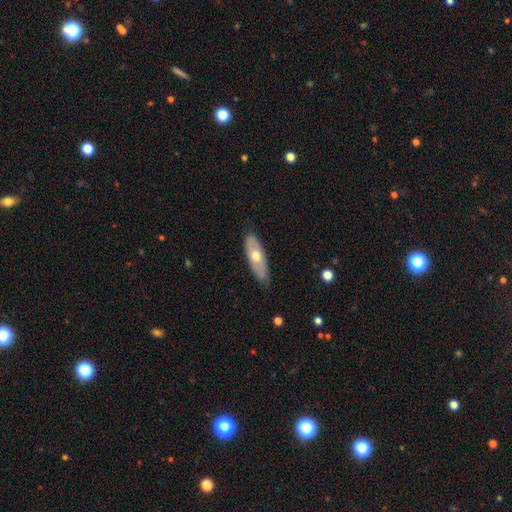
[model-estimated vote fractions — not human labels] This is possibly a featured or disk galaxy (48%). Merging: clearly none (81%).